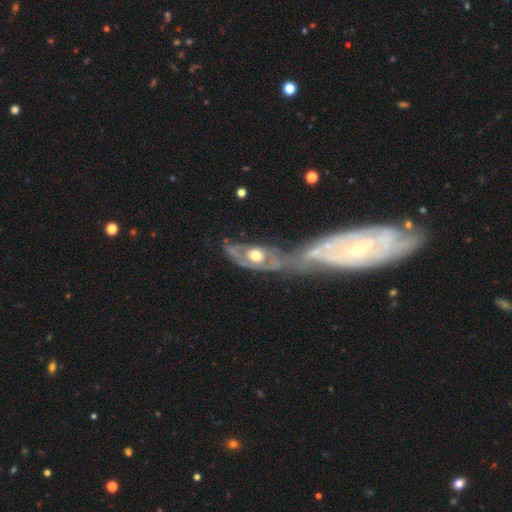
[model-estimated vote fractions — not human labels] This is likely a featured or disk galaxy (75%). It is clearly not viewed edge-on (88%). Bar: clearly no (85%). Spiral arm pattern: possibly yes (53%). Central bulge: likely moderate (69%). Merging: possibly merger (50%).